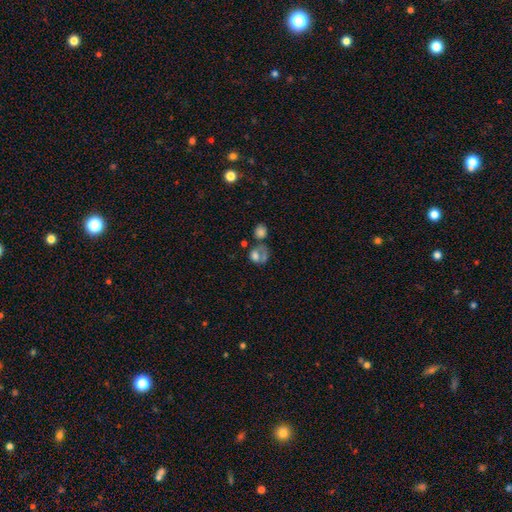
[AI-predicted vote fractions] Morphology: type=smooth (61%); roundness=round (54%); merging=merger (35%).